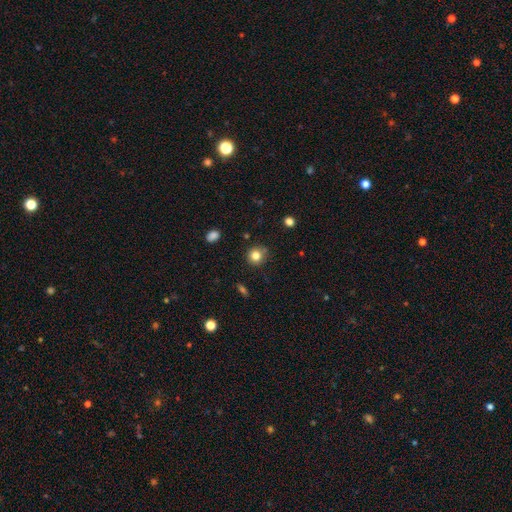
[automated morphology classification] This appears to be a smooth galaxy with no disk features (82%) that is round (90%). Merging: none (81%).